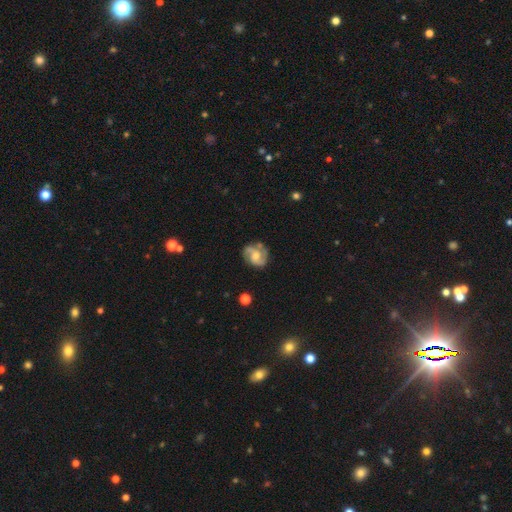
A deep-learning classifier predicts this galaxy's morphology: Q: Smooth or featured?
A: featured or disk (73%); runner-up: smooth (20%)
Q: Edge-on disk?
A: no (98%); runner-up: yes (2%)
Q: Bar?
A: no (61%); runner-up: weak (32%)
Q: Spiral arms?
A: yes (91%); runner-up: no (9%)
Q: Spiral winding?
A: medium (48%); runner-up: tight (29%)
Q: Spiral arm count?
A: 2 (50%); runner-up: 3 (29%)
Q: Bulge size?
A: moderate (54%); runner-up: small (35%)
Q: Merging?
A: none (68%); runner-up: minor disturbance (20%)